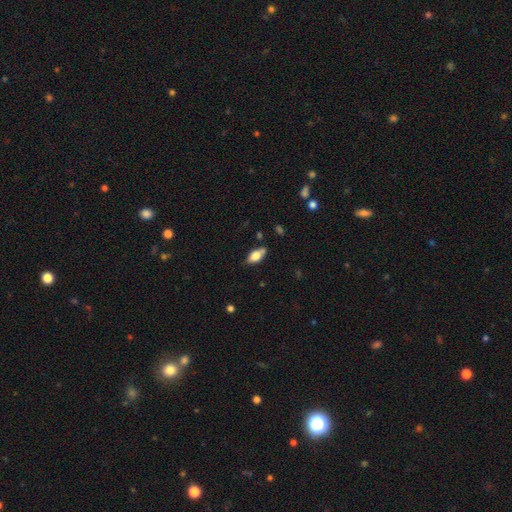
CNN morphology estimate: A smooth galaxy with no disk features (73%) that is in between round and cigar-shaped (88%).

Vote fractions:
- Smooth or featured? smooth: 73% / featured or disk: 20% / star or artifact: 7%
- How rounded? in between: 88% / cigar-shaped: 8% / round: 4%
- Merging? none: 70% / minor disturbance: 20% / merger: 6% / major disturbance: 4%